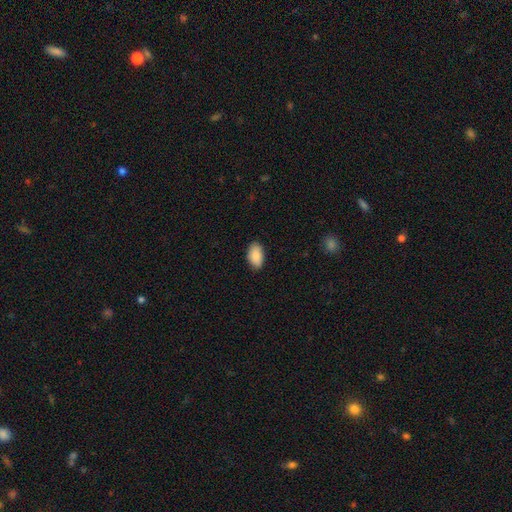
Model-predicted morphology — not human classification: Smooth or featured: smooth — 89% (star or artifact — 6%)
How rounded: in between — 94% (round — 5%)
Merging: none — 85% (minor disturbance — 12%)